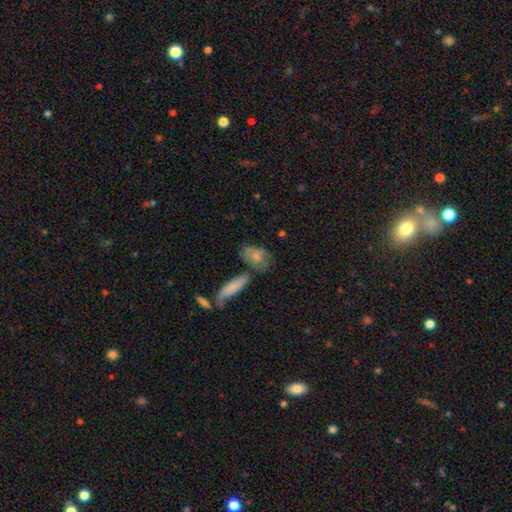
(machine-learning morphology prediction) The model was most divided on "merging": none: 41%, minor disturbance: 23%, merger: 22%, major disturbance: 15%. More confident: how rounded — in between (78%); smooth or featured — smooth (61%).